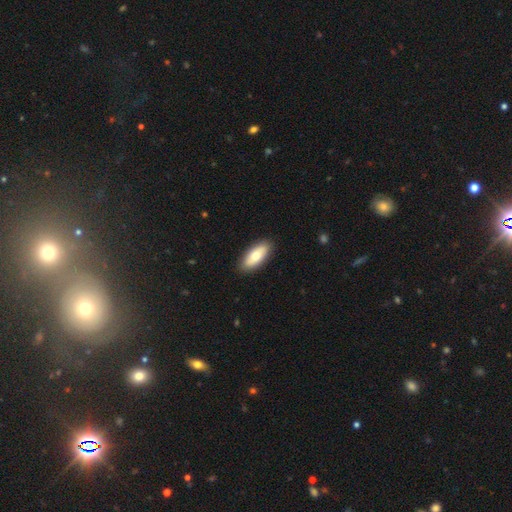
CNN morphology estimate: This appears to be a smooth galaxy with no disk features (71%) that is in between round and cigar-shaped (83%). Merging: none (89%).